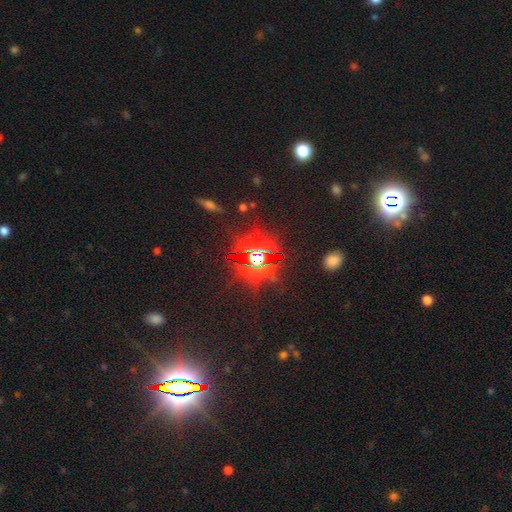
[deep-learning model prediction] A star or artifact, not a galaxy (79%).